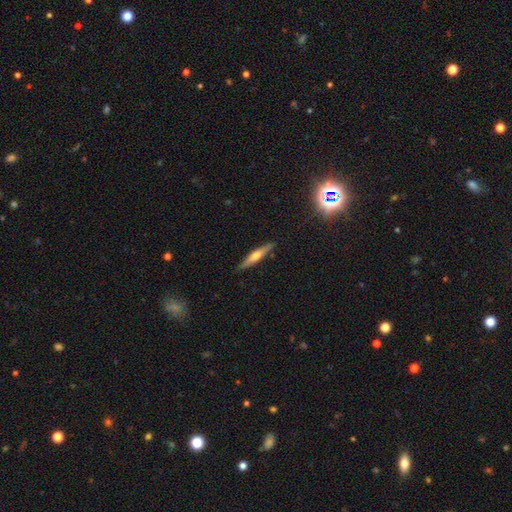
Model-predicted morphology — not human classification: smooth-or-featured: featured or disk: 52% | smooth: 41% | star or artifact: 6%
  disk-edge-on: yes: 95% | no: 5%
  merging: none: 88% | minor disturbance: 9% | major disturbance: 2% | merger: 1%